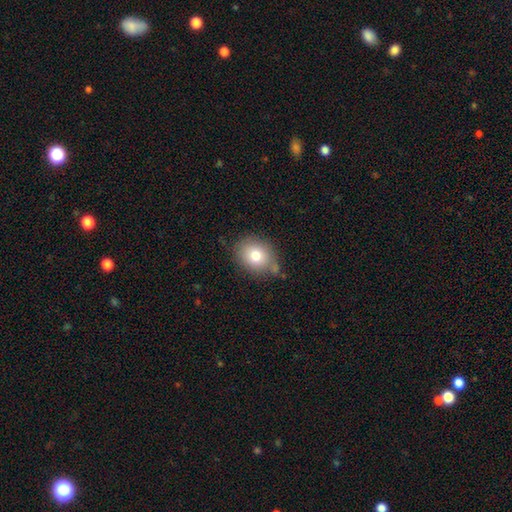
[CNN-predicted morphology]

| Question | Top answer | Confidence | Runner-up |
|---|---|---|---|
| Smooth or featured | smooth | 77% | featured or disk (13%) |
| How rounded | round | 54% | in between (45%) |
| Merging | none | 71% | minor disturbance (19%) |